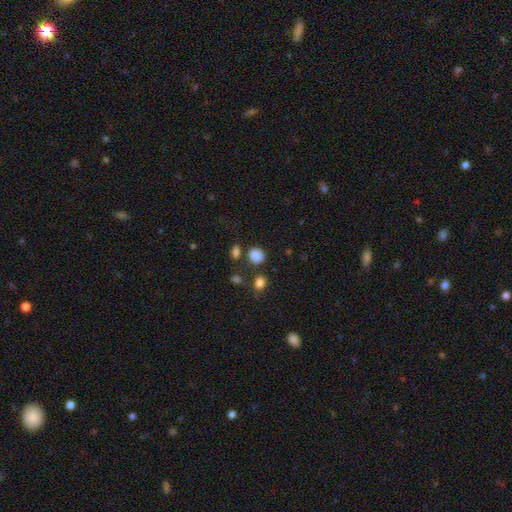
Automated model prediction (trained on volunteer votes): smooth 85%, star or artifact 11%, featured or disk 4%. Down the decision tree: how rounded — round (69%); merging — none (72%).